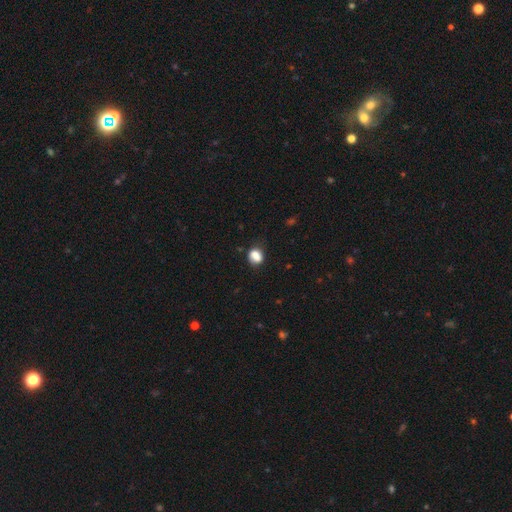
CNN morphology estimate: Q: Smooth or featured?
A: smooth (80%); runner-up: star or artifact (10%)
Q: How rounded?
A: in between (54%); runner-up: round (44%)
Q: Merging?
A: none (60%); runner-up: minor disturbance (25%)